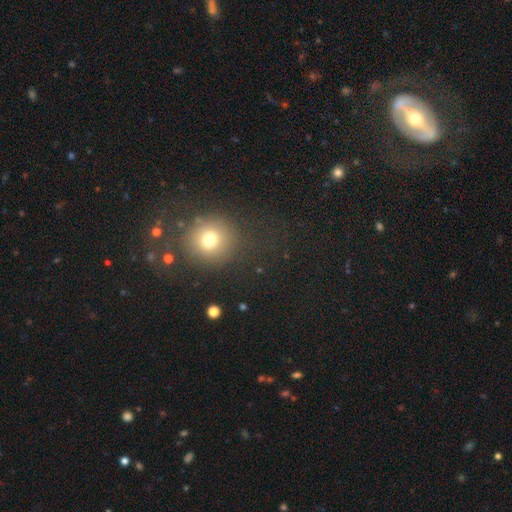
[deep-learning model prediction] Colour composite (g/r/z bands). It shows a smooth galaxy with no disk features (57%) that is round (82%). Merging: none (79%).